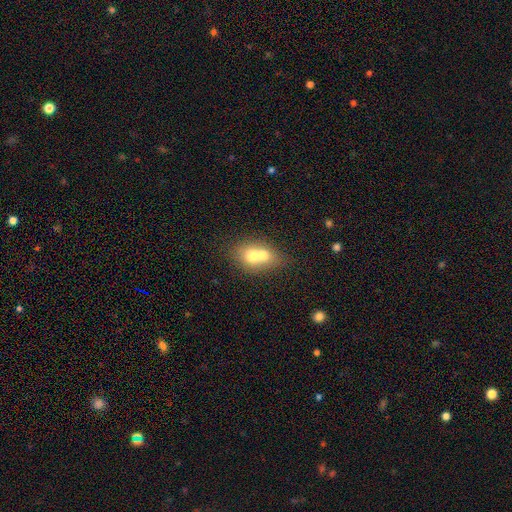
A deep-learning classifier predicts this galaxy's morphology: type=smooth (65%); roundness=in between (56%); merging=merger (70%).